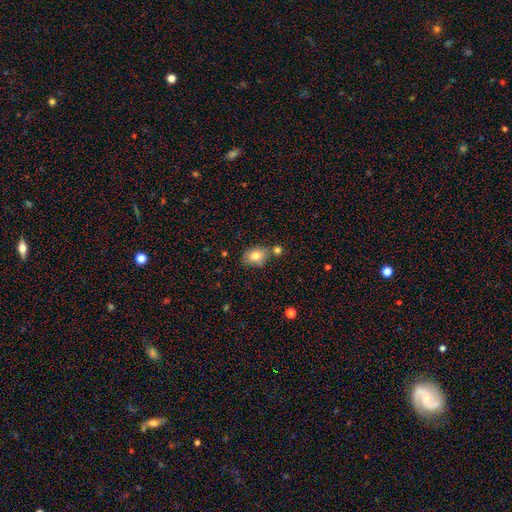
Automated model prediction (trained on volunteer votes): A smooth galaxy with no disk features (78%) that is in between round and cigar-shaped (73%).

Vote fractions:
- Smooth or featured? smooth: 78% / featured or disk: 13% / star or artifact: 9%
- How rounded? in between: 73% / round: 25% / cigar-shaped: 1%
- Merging? none: 64% / minor disturbance: 17% / merger: 14% / major disturbance: 4%